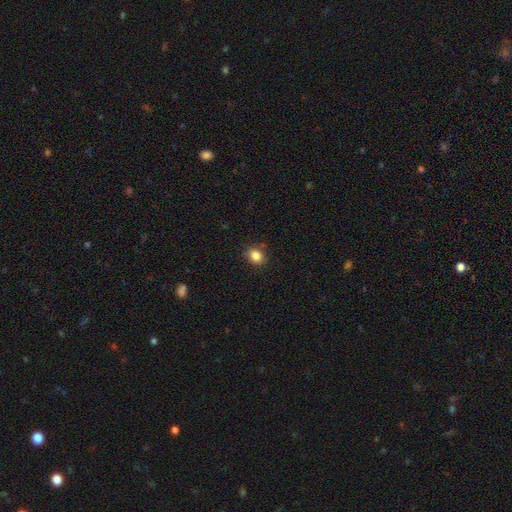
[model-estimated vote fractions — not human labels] Morphology: type=smooth (84%); roundness=round (58%); merging=none (85%).